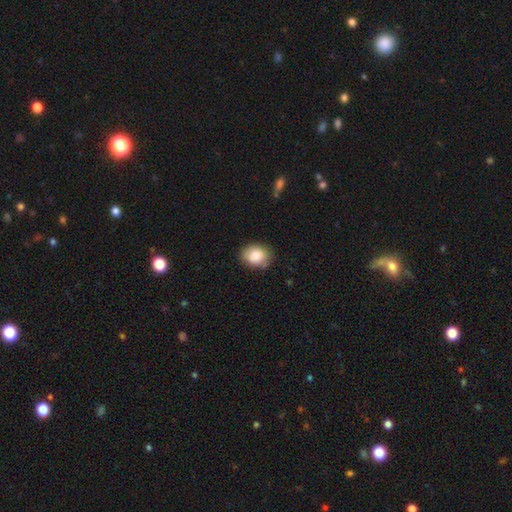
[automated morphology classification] Smooth or featured? smooth (84%)
How rounded? in between (51%)
Merging? none (82%)